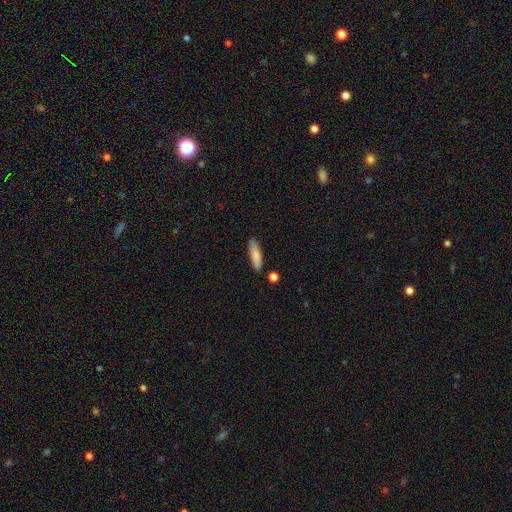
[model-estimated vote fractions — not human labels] Smooth or featured?
  - smooth: 82% *
  - featured or disk: 11%
  - star or artifact: 6%
How rounded?
  - cigar-shaped: 63% *
  - in between: 35%
  - round: 2%
Merging?
  - none: 84% *
  - minor disturbance: 10%
  - merger: 3%
  - major disturbance: 2%